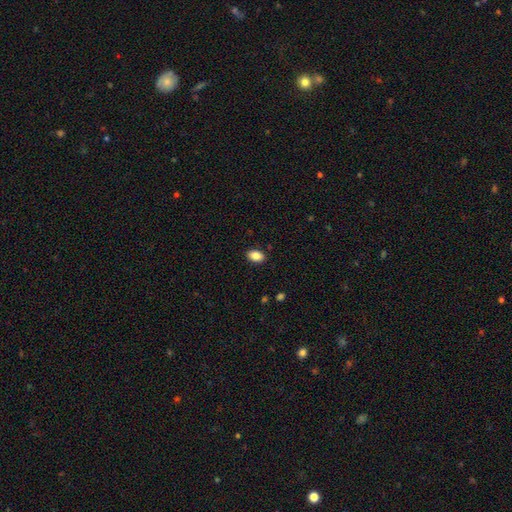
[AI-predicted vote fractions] Smooth or featured?
  - smooth: 87% *
  - star or artifact: 8%
  - featured or disk: 5%
How rounded?
  - in between: 88% *
  - round: 11%
  - cigar-shaped: 1%
Merging?
  - none: 89% *
  - minor disturbance: 8%
  - major disturbance: 2%
  - merger: 1%